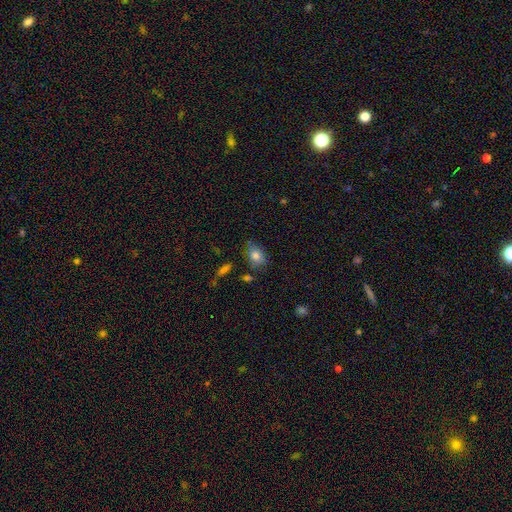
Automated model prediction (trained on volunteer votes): Q: Smooth or featured?
A: smooth (81%); runner-up: featured or disk (11%)
Q: How rounded?
A: in between (68%); runner-up: round (31%)
Q: Merging?
A: none (73%); runner-up: minor disturbance (19%)